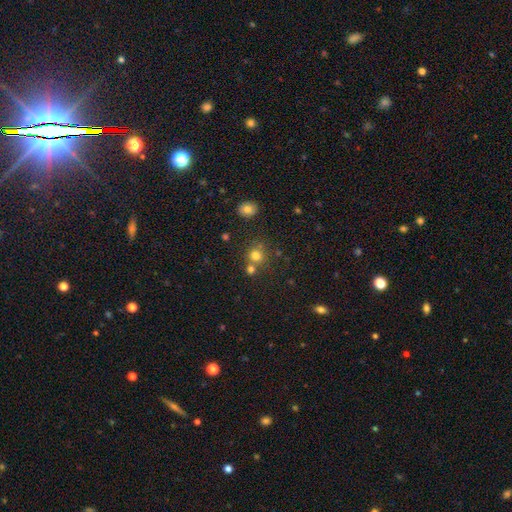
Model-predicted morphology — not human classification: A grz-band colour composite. It shows a smooth galaxy with no disk features (76%) that is round (87%). Merging: none (62%).